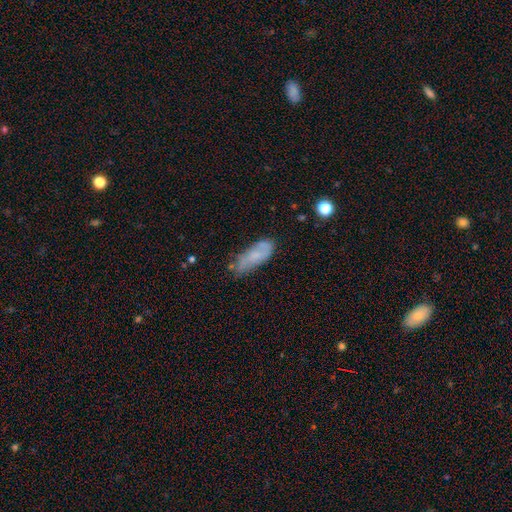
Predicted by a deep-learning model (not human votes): This is likely a smooth galaxy (62%). How rounded: likely in between (70%). Merging: possibly none (56%).